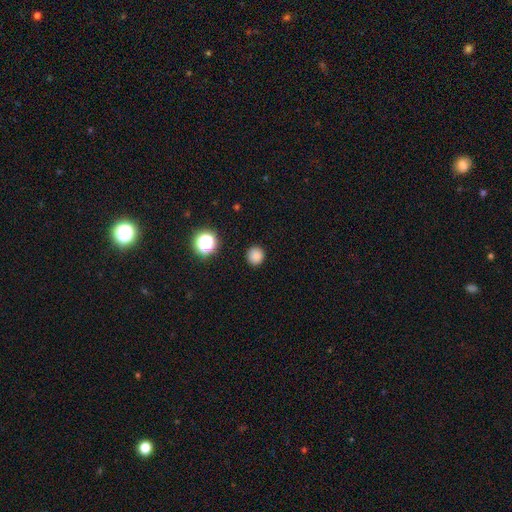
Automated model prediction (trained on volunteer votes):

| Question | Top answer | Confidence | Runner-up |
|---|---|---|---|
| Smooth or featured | smooth | 83% | star or artifact (14%) |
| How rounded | round | 92% | in between (7%) |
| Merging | none | 91% | minor disturbance (6%) |